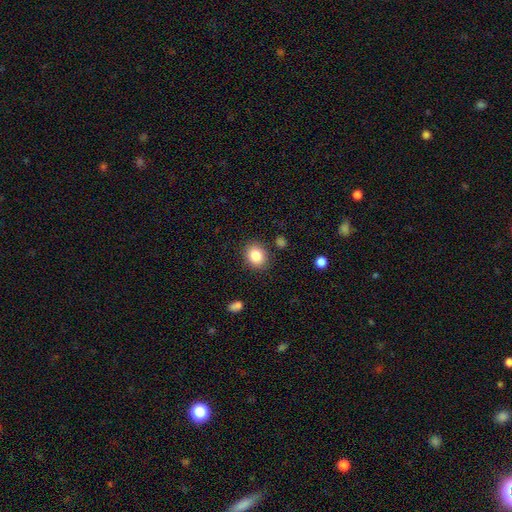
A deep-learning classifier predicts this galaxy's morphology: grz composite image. It shows a smooth galaxy with no disk features (84%) that is round (63%). Merging: none (86%).